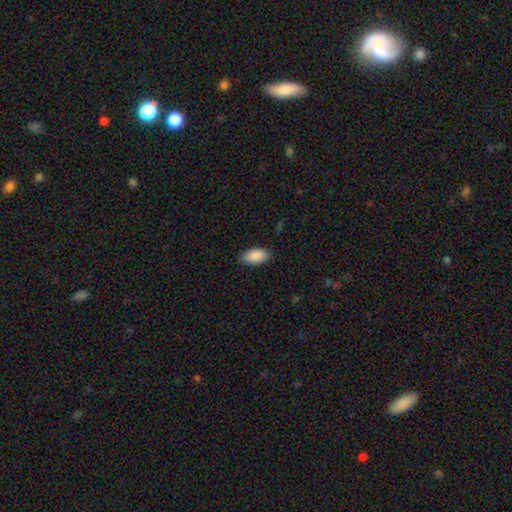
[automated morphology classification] This appears to be a smooth galaxy with no disk features (90%) that is in between round and cigar-shaped (94%). Merging: none (83%).